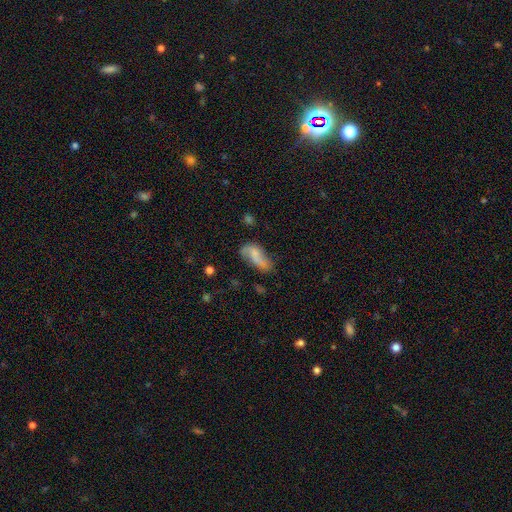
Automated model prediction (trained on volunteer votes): smooth 52%, featured or disk 39%, star or artifact 9%. Down the decision tree: how rounded — in between (80%); merging — none (43%).